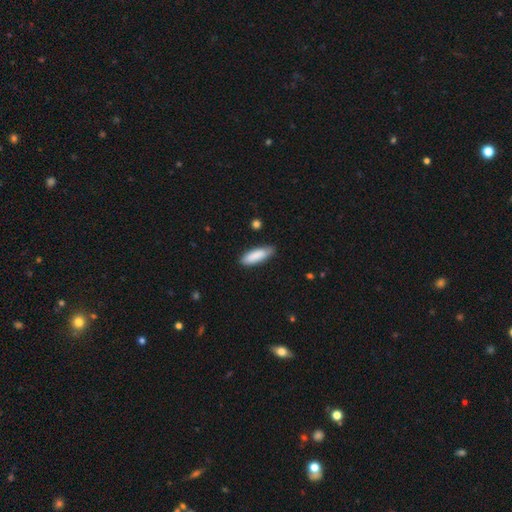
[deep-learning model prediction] A smooth galaxy with no disk features (87%) that is in between round and cigar-shaped (57%). Merging: none (81%).